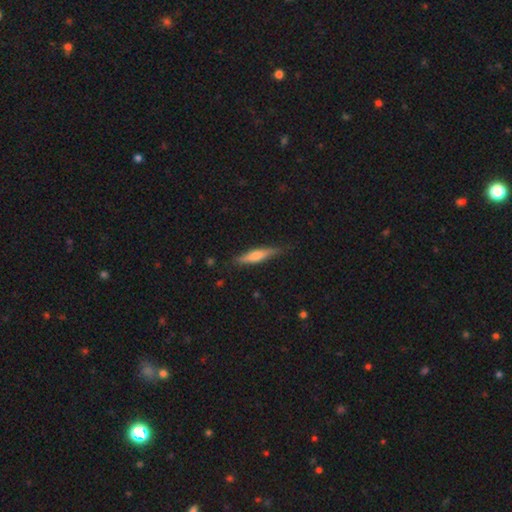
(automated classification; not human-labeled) This is possibly a smooth galaxy (52%). How rounded: clearly cigar-shaped (84%). Merging: clearly none (82%).